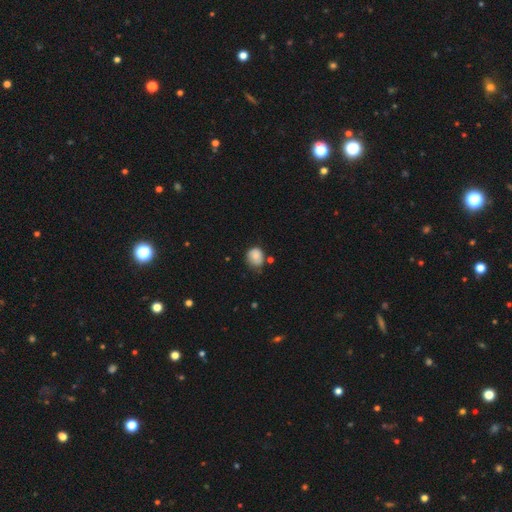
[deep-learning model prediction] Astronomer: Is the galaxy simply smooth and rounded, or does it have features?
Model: smooth — 79%.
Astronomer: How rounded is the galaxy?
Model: round — 71%.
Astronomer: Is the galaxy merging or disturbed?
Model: none — 55% (runner-up: minor disturbance, 32%).